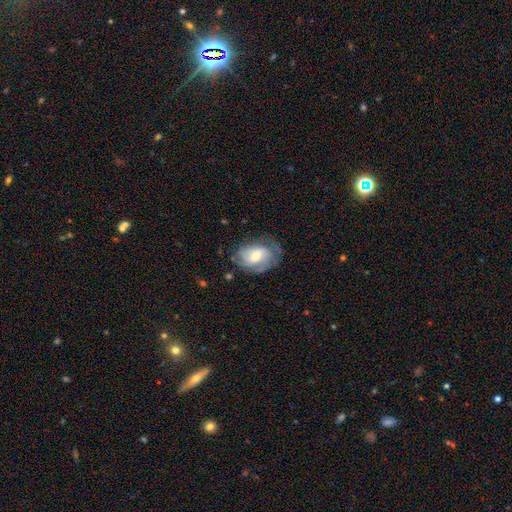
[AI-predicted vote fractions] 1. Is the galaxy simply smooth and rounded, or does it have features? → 59% featured or disk, 34% smooth, 7% star or artifact.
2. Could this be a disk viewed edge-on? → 96% no, 4% yes.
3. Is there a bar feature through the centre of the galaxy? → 47% no, 42% weak, 11% strong.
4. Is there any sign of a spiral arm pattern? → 82% yes, 18% no.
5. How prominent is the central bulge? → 54% moderate, 35% small, 7% large, 2% none, 1% dominant.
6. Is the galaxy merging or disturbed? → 58% none, 27% minor disturbance, 13% major disturbance, 2% merger.